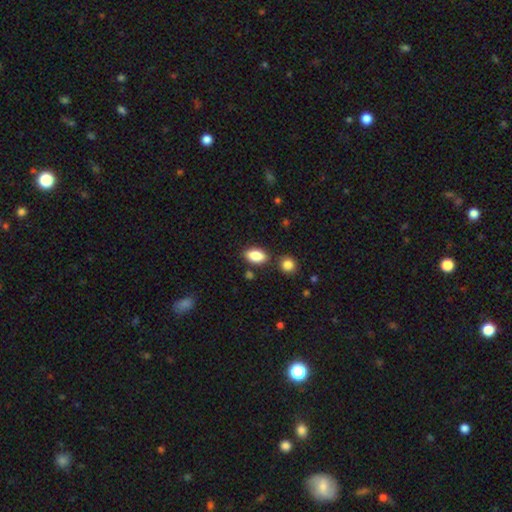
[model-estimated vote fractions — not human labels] A smooth galaxy with no disk features (87%) that is in between round and cigar-shaped (91%).

Vote fractions:
- Smooth or featured? smooth: 87% / star or artifact: 7% / featured or disk: 6%
- How rounded? in between: 91% / round: 6% / cigar-shaped: 3%
- Merging? none: 81% / minor disturbance: 11% / merger: 6% / major disturbance: 3%